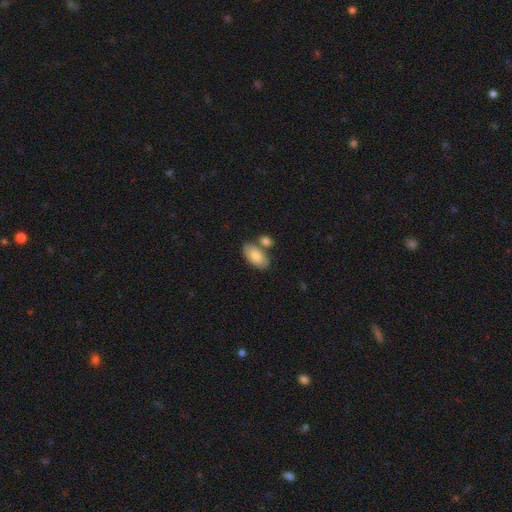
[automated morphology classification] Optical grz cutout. It shows a smooth galaxy with no disk features (79%) that is in between round and cigar-shaped (94%). Merging: none (59%).